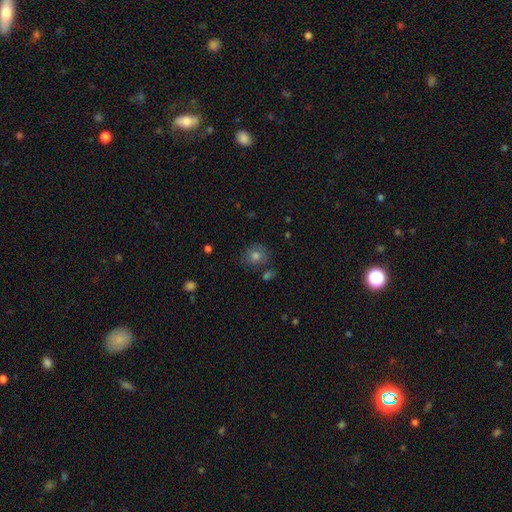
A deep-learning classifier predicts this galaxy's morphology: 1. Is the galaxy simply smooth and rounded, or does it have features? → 68% smooth, 16% featured or disk, 16% star or artifact.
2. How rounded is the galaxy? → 77% round, 22% in between, 1% cigar-shaped.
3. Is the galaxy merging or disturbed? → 73% none, 15% minor disturbance, 7% merger, 5% major disturbance.